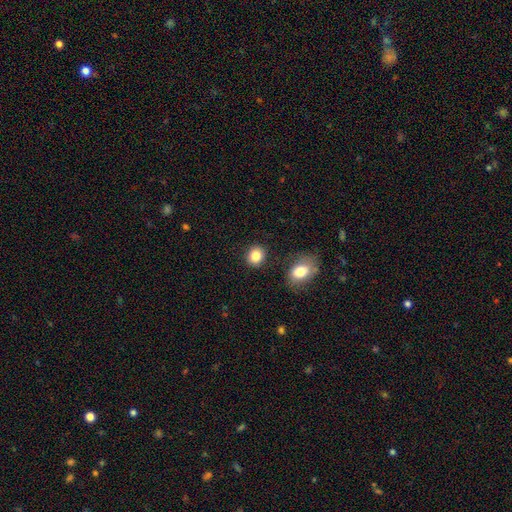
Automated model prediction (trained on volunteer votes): Morphology: type=smooth (84%); roundness=round (76%); merging=none (85%).